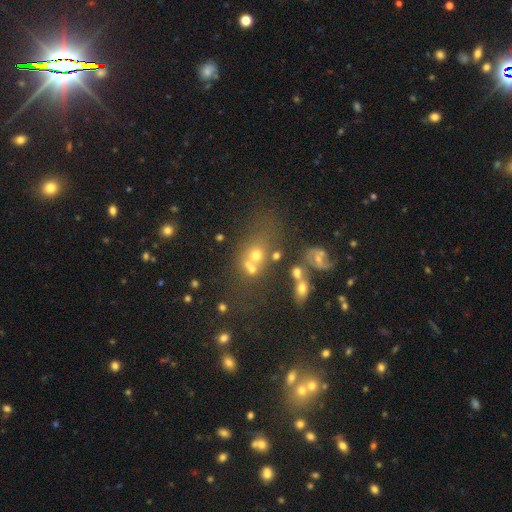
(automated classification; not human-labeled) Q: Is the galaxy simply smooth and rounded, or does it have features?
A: smooth — 46%.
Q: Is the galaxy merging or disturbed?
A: merger — 40%.